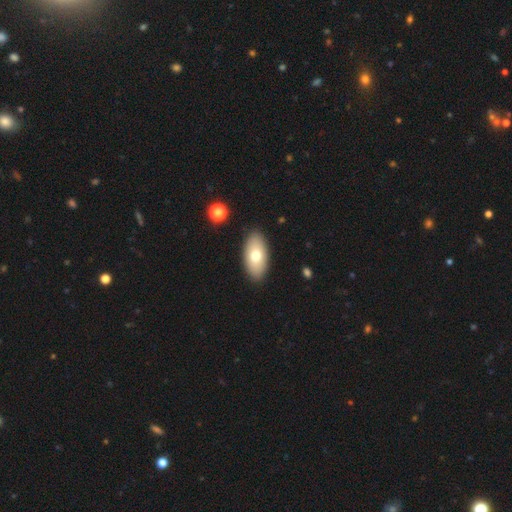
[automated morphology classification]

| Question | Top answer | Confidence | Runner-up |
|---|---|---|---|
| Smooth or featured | smooth | 71% | featured or disk (22%) |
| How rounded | in between | 94% | round (3%) |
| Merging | none | 89% | minor disturbance (8%) |